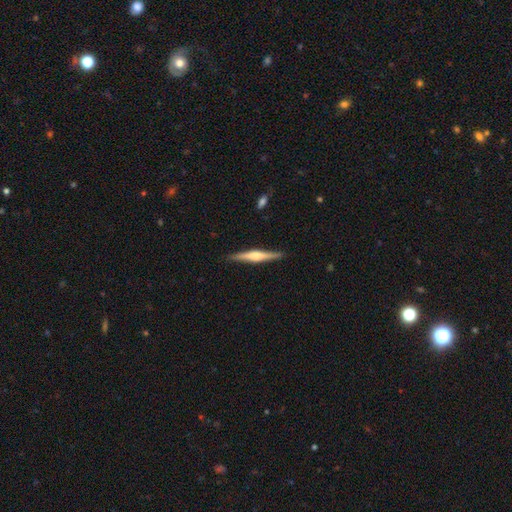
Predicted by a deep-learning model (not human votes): smooth_or_featured: featured or disk (p=0.65) [alt: smooth p=0.29]
disk_edge_on: yes (p=0.98) [alt: no p=0.02]
edge_on_bulge: rounded (p=0.74) [alt: boxy p=0.17]
merging: none (p=0.89) [alt: minor disturbance p=0.08]